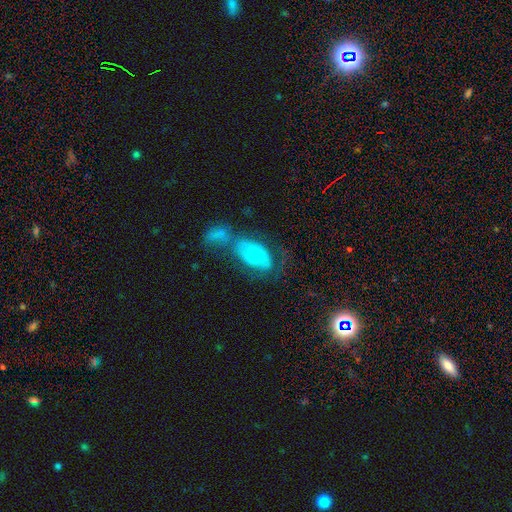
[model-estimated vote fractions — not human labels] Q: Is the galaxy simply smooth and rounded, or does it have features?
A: smooth — 54%.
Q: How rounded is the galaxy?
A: in between — 91%.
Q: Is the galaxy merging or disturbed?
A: merger — 46%.